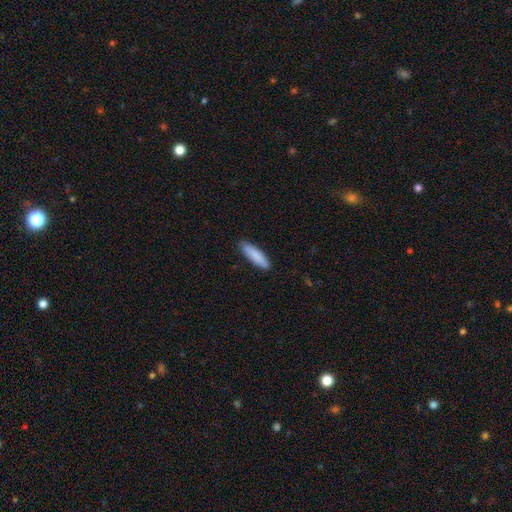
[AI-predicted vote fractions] Smooth or featured? Predicted: smooth (p=0.87). How rounded? Predicted: cigar-shaped (p=0.67). Merging? Predicted: none (p=0.87).